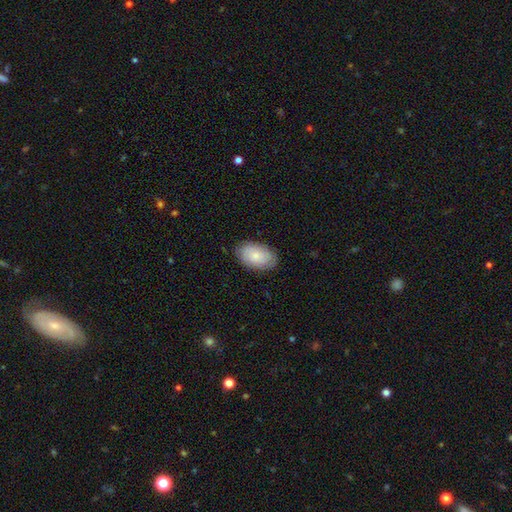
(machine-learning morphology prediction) A smooth galaxy with no disk features (69%) that is in between round and cigar-shaped (92%). Merging: none (82%).